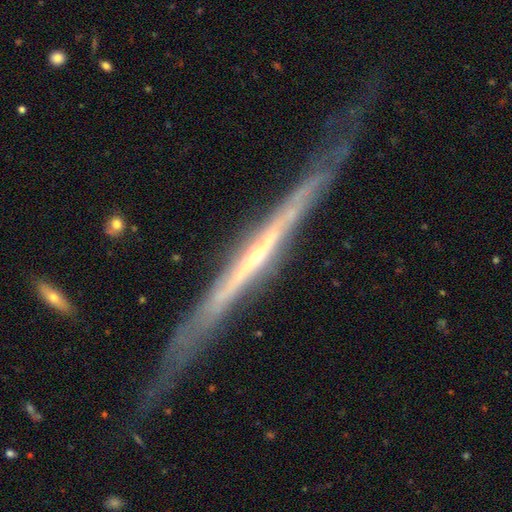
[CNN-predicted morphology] The model was most divided on "edge-on bulge": rounded: 56%, none: 39%, boxy: 5%. More confident: edge-on disk — yes (94%); smooth or featured — featured or disk (86%); merging — none (74%).